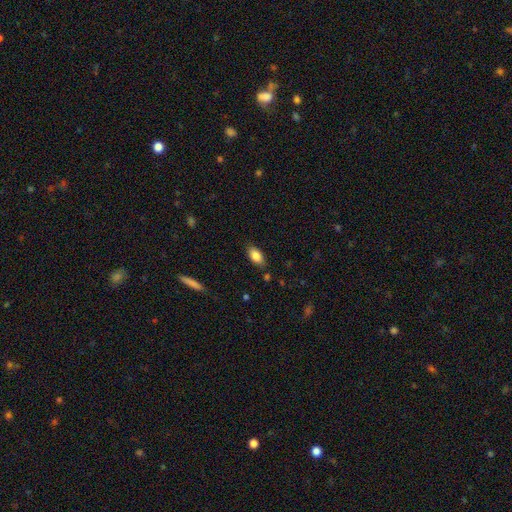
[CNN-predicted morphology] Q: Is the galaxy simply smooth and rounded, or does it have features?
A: smooth — 84%.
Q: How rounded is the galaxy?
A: in between — 91%.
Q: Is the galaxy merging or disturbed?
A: none — 84%.